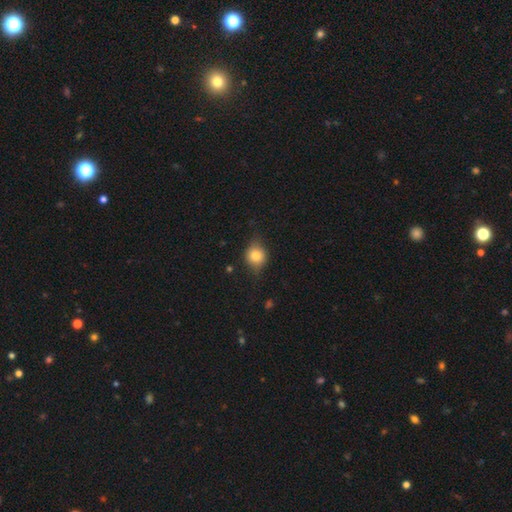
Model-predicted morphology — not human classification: The model was most divided on "how rounded": round: 70%, in between: 28%, cigar-shaped: 1%. More confident: smooth or featured — smooth (73%); merging — none (69%).